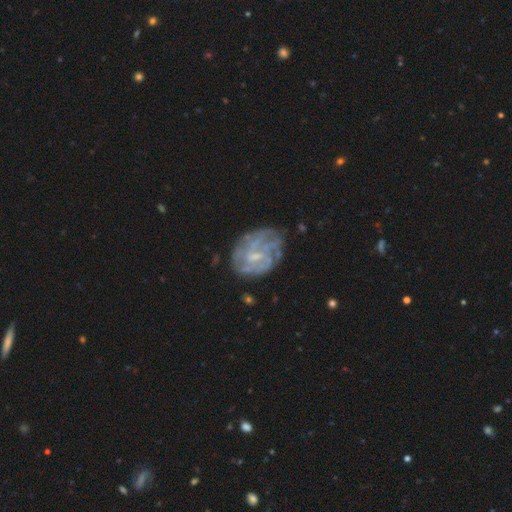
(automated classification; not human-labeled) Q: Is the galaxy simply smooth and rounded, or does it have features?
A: featured or disk — 75%.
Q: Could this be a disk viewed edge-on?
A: no — 98%.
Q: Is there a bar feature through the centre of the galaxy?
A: weak — 49%.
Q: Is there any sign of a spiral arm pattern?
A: yes — 72%.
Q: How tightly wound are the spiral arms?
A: tight — 51%.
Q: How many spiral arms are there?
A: can't tell — 54%.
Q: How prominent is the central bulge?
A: small — 48%.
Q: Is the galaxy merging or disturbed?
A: none — 64%.